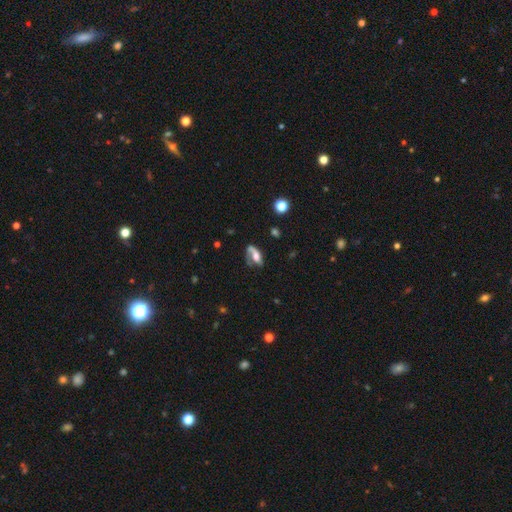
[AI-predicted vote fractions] The model was most divided on "merging": none: 39%, major disturbance: 29%, minor disturbance: 24%, merger: 9%. More confident: edge-on disk — no (86%); smooth or featured — featured or disk (57%).